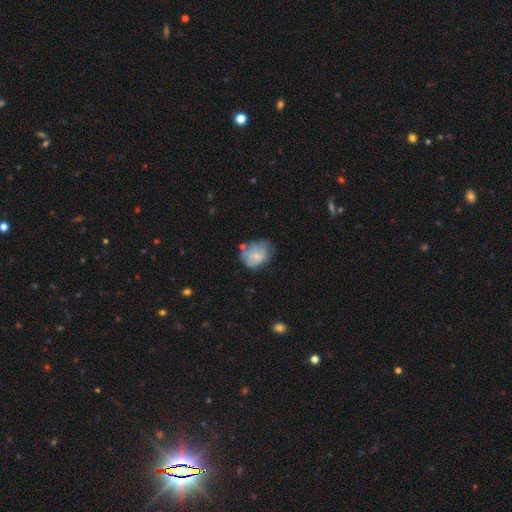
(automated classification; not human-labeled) Smooth or featured? smooth (67%)
How rounded? round (50%)
Merging? none (45%)